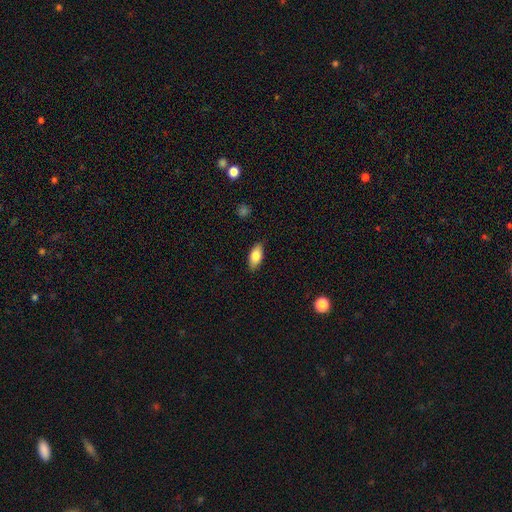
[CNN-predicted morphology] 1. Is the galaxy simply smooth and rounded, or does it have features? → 81% smooth, 12% featured or disk, 7% star or artifact.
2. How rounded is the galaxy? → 88% in between, 9% cigar-shaped, 3% round.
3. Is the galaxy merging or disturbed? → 87% none, 10% minor disturbance, 2% major disturbance, 1% merger.